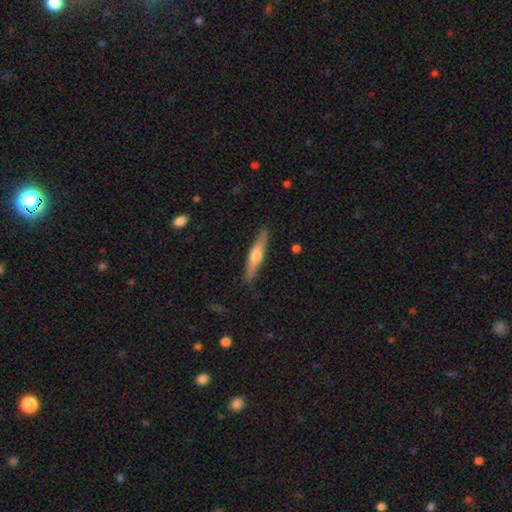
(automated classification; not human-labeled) A featured or disk galaxy (54%) viewed edge-on (95%) with a rounded central bulge (90%).

Vote fractions:
- Smooth or featured? featured or disk: 54% / smooth: 41% / star or artifact: 5%
- Edge-on disk? yes: 95% / no: 5%
- Edge-on bulge? rounded: 90% / none: 6% / boxy: 5%
- Merging? none: 88% / minor disturbance: 9% / major disturbance: 2% / merger: 1%